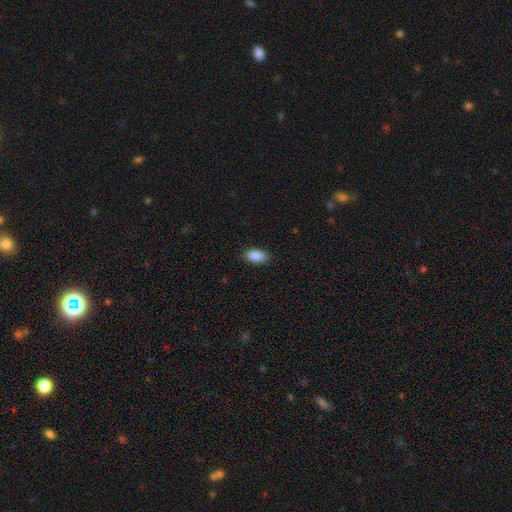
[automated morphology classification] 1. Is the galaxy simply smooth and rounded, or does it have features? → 90% smooth, 7% star or artifact, 3% featured or disk.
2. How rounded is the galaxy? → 93% in between, 4% round, 3% cigar-shaped.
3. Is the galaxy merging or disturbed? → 88% none, 9% minor disturbance, 2% major disturbance, 1% merger.